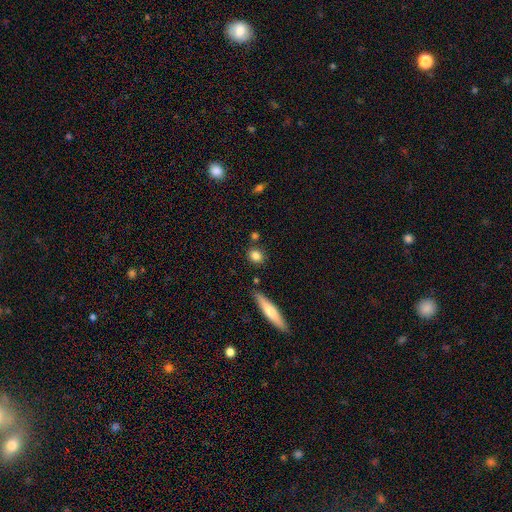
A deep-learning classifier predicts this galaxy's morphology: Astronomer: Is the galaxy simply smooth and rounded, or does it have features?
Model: smooth — 82%.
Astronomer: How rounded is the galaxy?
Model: round — 73%.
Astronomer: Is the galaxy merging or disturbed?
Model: none — 80%.